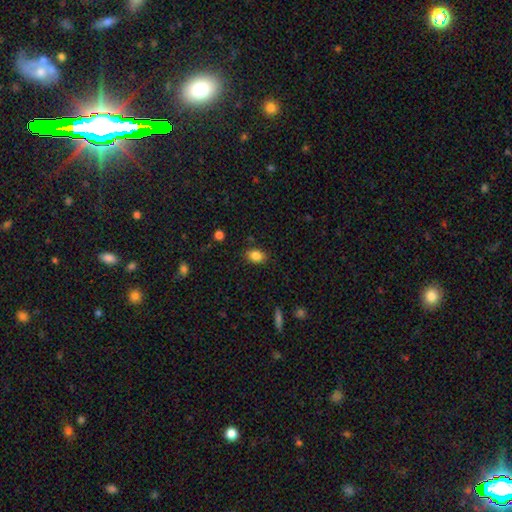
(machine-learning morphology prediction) Smooth or featured?
  - smooth: 84% *
  - star or artifact: 9%
  - featured or disk: 6%
How rounded?
  - in between: 79% *
  - round: 20%
  - cigar-shaped: 2%
Merging?
  - none: 84% *
  - minor disturbance: 12%
  - major disturbance: 3%
  - merger: 2%